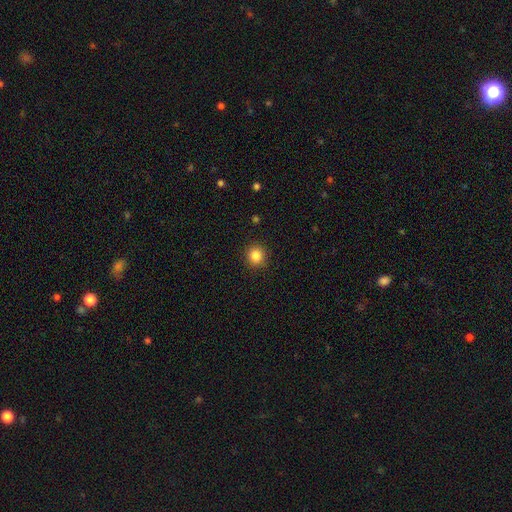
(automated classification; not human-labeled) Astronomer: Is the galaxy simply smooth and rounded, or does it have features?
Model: smooth — 85%.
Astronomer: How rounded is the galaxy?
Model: round — 92%.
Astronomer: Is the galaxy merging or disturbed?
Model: none — 91%.